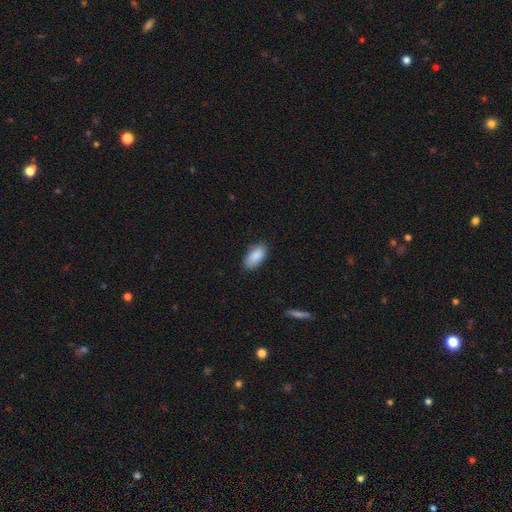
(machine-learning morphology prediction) A smooth galaxy with no disk features (89%) that is in between round and cigar-shaped (93%).

Vote fractions:
- Smooth or featured? smooth: 89% / star or artifact: 6% / featured or disk: 4%
- How rounded? in between: 93% / cigar-shaped: 5% / round: 2%
- Merging? none: 84% / minor disturbance: 13% / major disturbance: 2% / merger: 1%